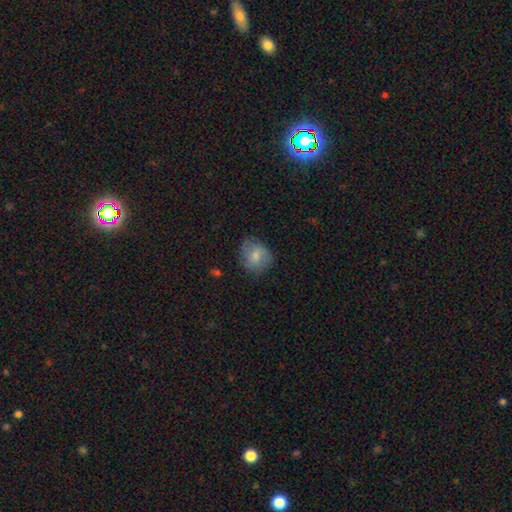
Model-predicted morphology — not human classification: Smooth or featured? Predicted: smooth (p=0.66). How rounded? Predicted: round (p=0.64). Merging? Predicted: none (p=0.71).